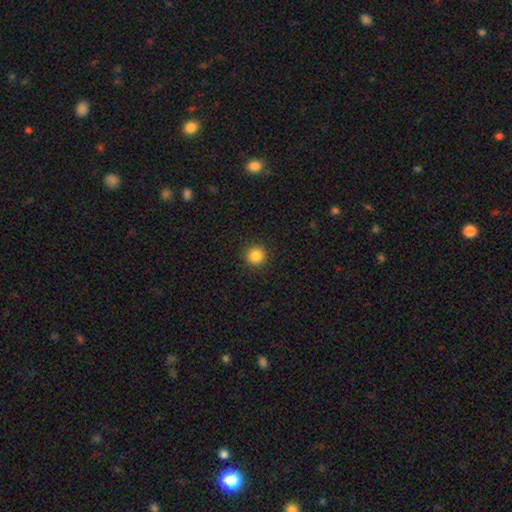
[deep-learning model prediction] smooth_or_featured: smooth (p=0.85) [alt: star or artifact p=0.11]
how_rounded: round (p=0.95) [alt: in between p=0.04]
merging: none (p=0.92) [alt: minor disturbance p=0.05]